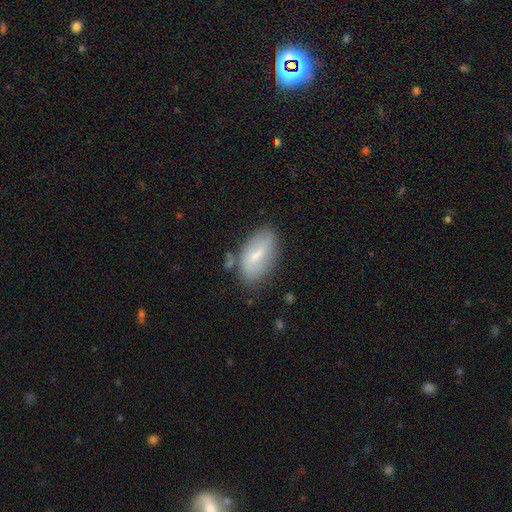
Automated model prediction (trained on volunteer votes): This appears to be a smooth galaxy with no disk features (59%) that is in between round and cigar-shaped (91%). Merging: none (70%).